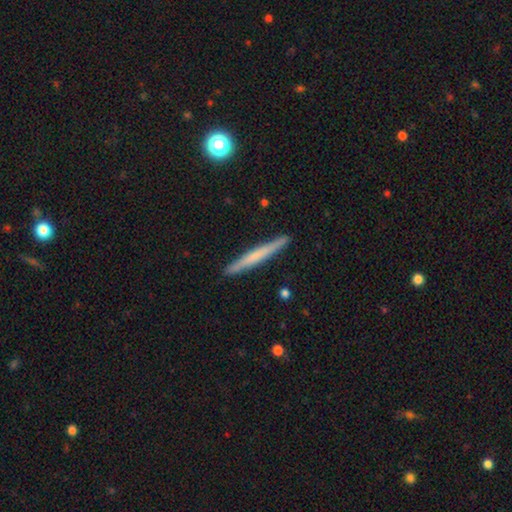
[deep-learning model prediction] smooth 53%, featured or disk 41%, star or artifact 6%. Down the decision tree: how rounded — cigar-shaped (97%); merging — none (91%).